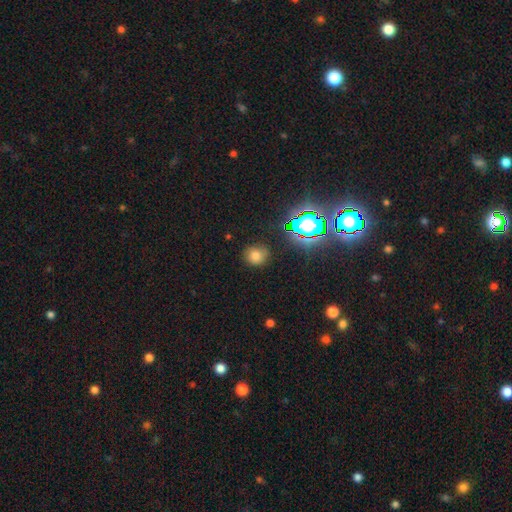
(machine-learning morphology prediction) smooth_or_featured: smooth (p=0.72) [alt: star or artifact p=0.21]
how_rounded: round (p=0.83) [alt: in between p=0.16]
merging: none (p=0.83) [alt: minor disturbance p=0.12]